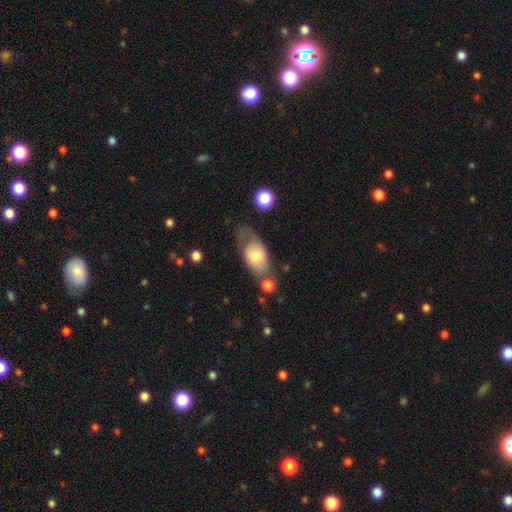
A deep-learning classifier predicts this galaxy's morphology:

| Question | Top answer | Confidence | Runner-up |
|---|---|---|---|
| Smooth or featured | smooth | 61% | featured or disk (33%) |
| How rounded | in between | 86% | round (9%) |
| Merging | none | 43% | minor disturbance (27%) |